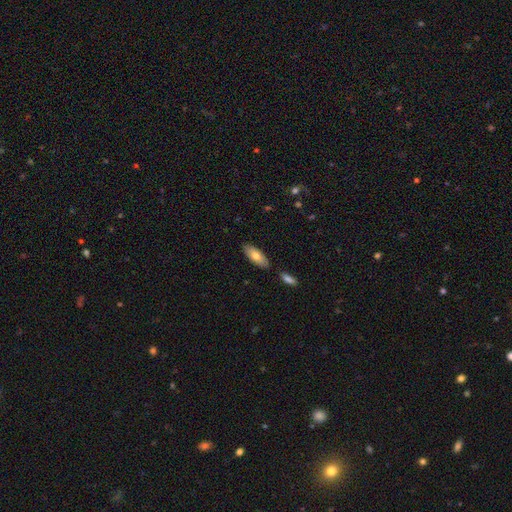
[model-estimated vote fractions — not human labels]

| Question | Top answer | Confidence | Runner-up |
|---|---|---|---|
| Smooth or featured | smooth | 70% | featured or disk (24%) |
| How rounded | in between | 79% | cigar-shaped (19%) |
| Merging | none | 83% | minor disturbance (11%) |